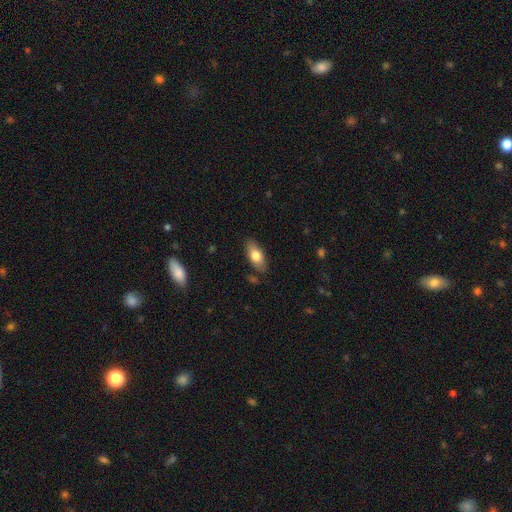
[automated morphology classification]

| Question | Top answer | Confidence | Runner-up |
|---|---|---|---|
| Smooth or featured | smooth | 74% | featured or disk (19%) |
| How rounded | in between | 87% | cigar-shaped (10%) |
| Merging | none | 83% | minor disturbance (13%) |